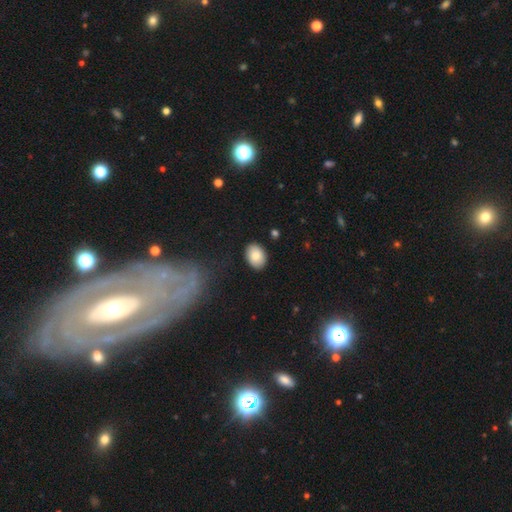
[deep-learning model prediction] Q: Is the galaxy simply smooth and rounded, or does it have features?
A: smooth — 83%.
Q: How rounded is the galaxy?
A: in between — 80%.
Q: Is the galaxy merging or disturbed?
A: none — 87%.